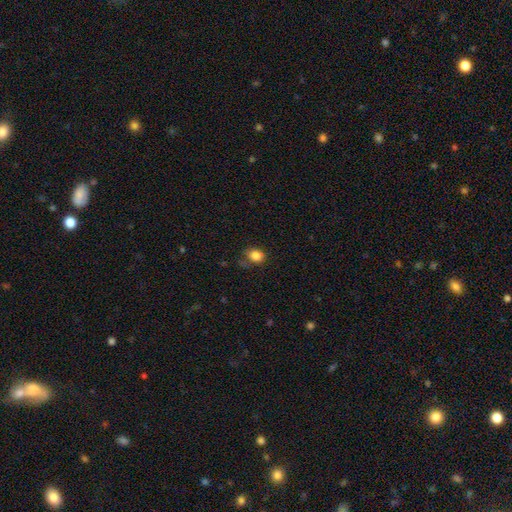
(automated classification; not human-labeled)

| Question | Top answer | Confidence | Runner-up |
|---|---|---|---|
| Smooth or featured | smooth | 83% | star or artifact (10%) |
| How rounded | in between | 54% | round (45%) |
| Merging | none | 58% | minor disturbance (28%) |